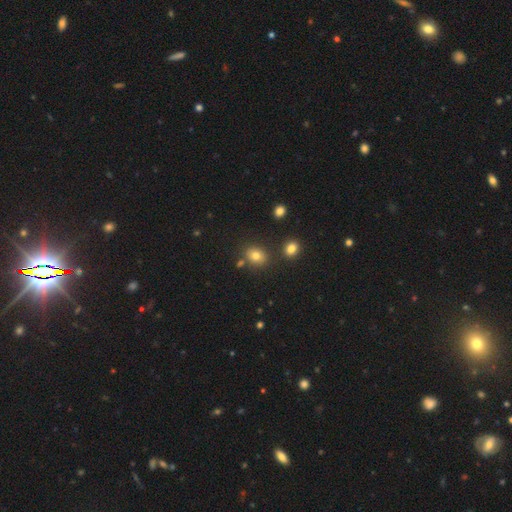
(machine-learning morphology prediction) Q: Smooth or featured?
A: smooth (79%); runner-up: star or artifact (13%)
Q: How rounded?
A: in between (52%); runner-up: round (47%)
Q: Merging?
A: none (76%); runner-up: minor disturbance (11%)